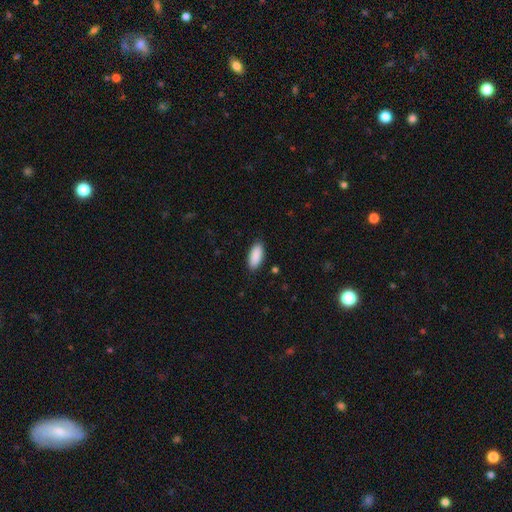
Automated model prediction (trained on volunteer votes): This is clearly a smooth galaxy (91%). How rounded: clearly in between (87%). Merging: clearly none (88%).